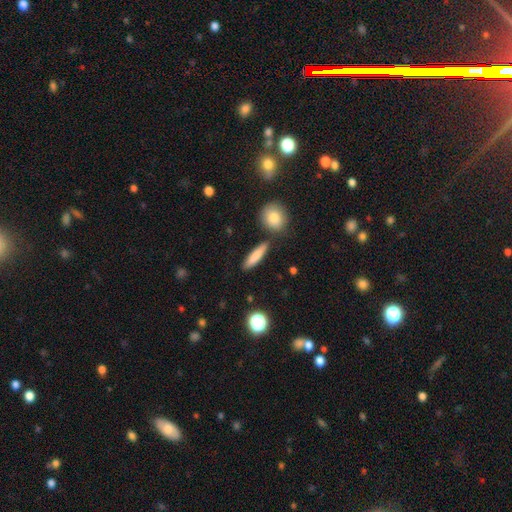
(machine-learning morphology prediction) type=smooth (79%); roundness=cigar-shaped (76%); merging=none (83%).